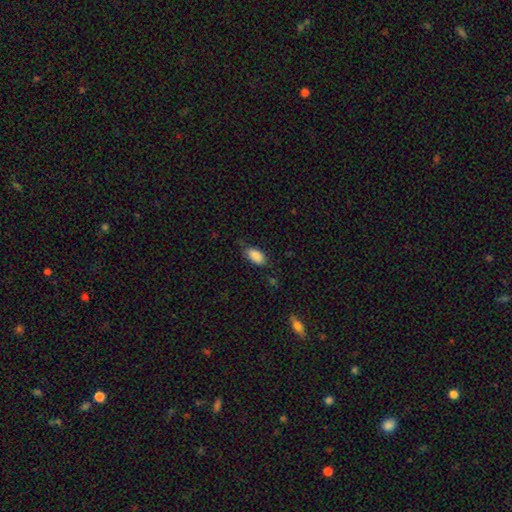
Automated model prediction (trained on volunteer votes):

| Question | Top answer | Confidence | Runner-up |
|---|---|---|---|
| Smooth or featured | smooth | 88% | star or artifact (7%) |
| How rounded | in between | 92% | cigar-shaped (5%) |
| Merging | none | 68% | minor disturbance (24%) |